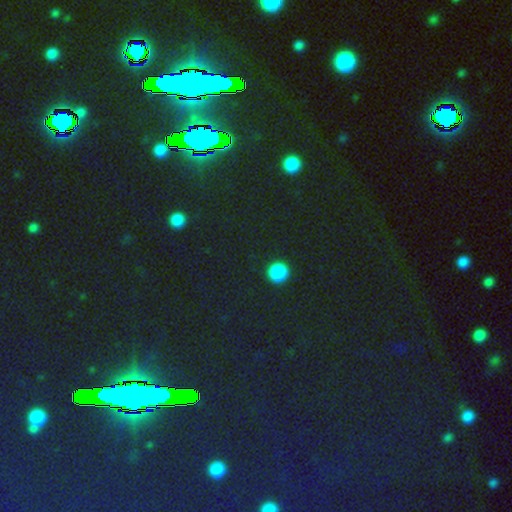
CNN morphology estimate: type=star or artifact (78%).